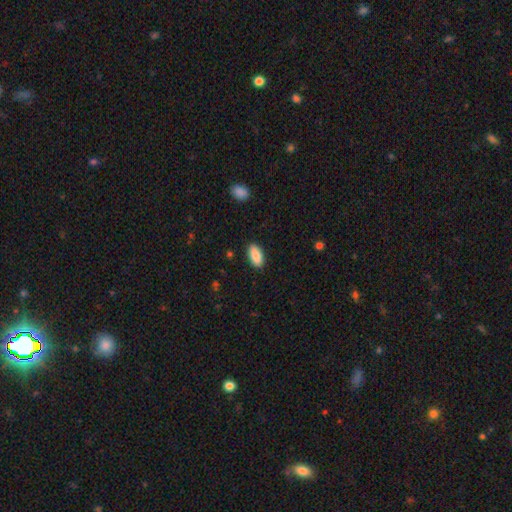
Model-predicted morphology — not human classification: Smooth or featured: smooth — 89% (star or artifact — 6%)
How rounded: in between — 91% (cigar-shaped — 7%)
Merging: none — 88% (minor disturbance — 9%)